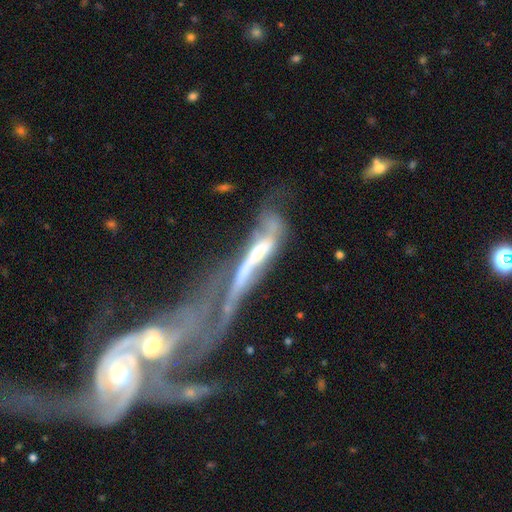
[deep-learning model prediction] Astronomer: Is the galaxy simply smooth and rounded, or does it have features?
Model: featured or disk — 69%.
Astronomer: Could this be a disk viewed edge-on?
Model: no — 63%.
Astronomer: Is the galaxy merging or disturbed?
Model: merger — 61%.